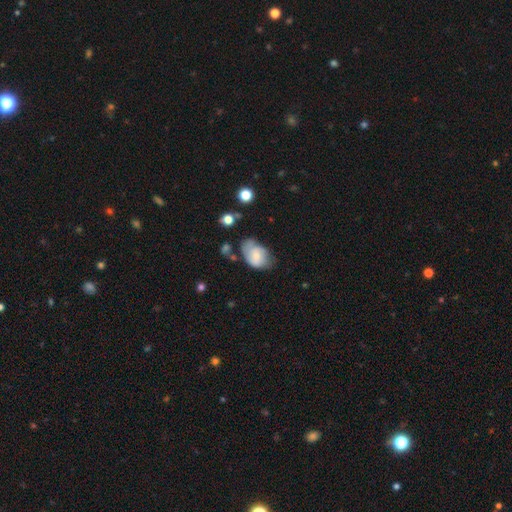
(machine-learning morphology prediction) A smooth galaxy with no disk features (61%) that is in between round and cigar-shaped (82%).

Vote fractions:
- Smooth or featured? smooth: 61% / featured or disk: 31% / star or artifact: 8%
- How rounded? in between: 82% / round: 17% / cigar-shaped: 1%
- Merging? none: 39% / minor disturbance: 37% / major disturbance: 17% / merger: 6%